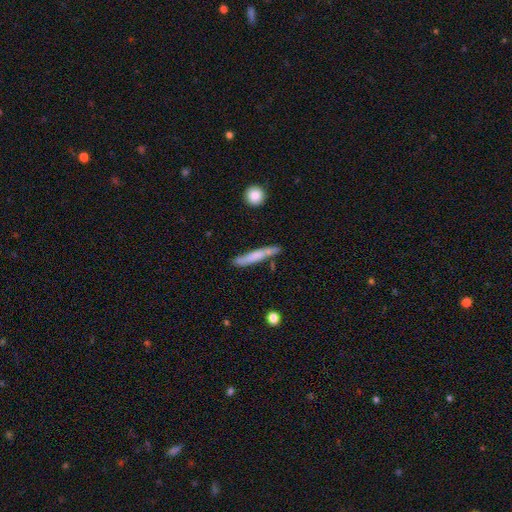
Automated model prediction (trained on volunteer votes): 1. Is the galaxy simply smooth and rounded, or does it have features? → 61% smooth, 33% featured or disk, 6% star or artifact.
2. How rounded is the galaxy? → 93% cigar-shaped, 6% in between, 2% round.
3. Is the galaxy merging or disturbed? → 74% none, 17% minor disturbance, 6% merger, 3% major disturbance.